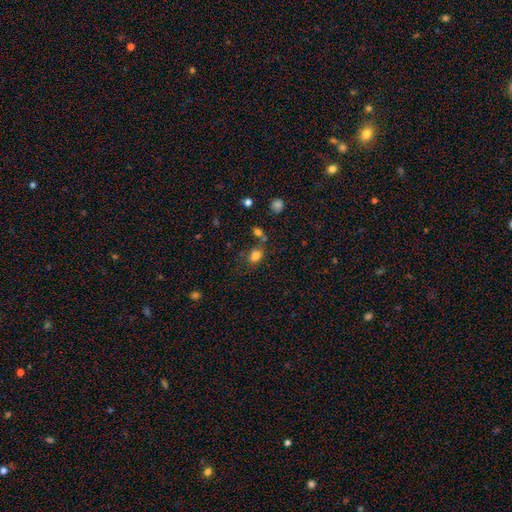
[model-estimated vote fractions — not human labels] smooth 80%, star or artifact 13%, featured or disk 7%. Down the decision tree: how rounded — in between (65%); merging — none (61%).